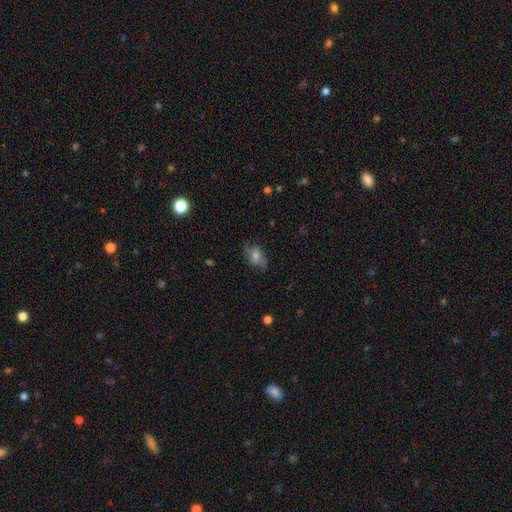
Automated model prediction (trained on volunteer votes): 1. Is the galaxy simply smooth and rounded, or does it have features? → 50% smooth, 38% featured or disk, 12% star or artifact.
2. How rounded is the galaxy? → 78% in between, 19% round, 3% cigar-shaped.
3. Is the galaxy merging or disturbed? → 68% none, 21% minor disturbance, 10% major disturbance, 1% merger.